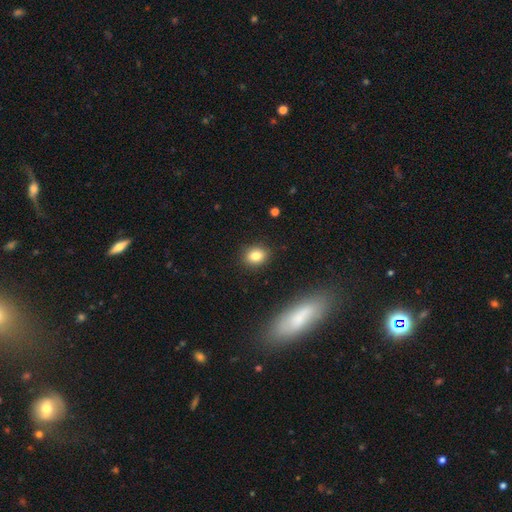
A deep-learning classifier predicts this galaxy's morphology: A smooth galaxy with no disk features (82%) that is round (53%).

Vote fractions:
- Smooth or featured? smooth: 82% / star or artifact: 11% / featured or disk: 8%
- How rounded? round: 53% / in between: 45% / cigar-shaped: 2%
- Merging? none: 88% / minor disturbance: 8% / major disturbance: 2% / merger: 1%